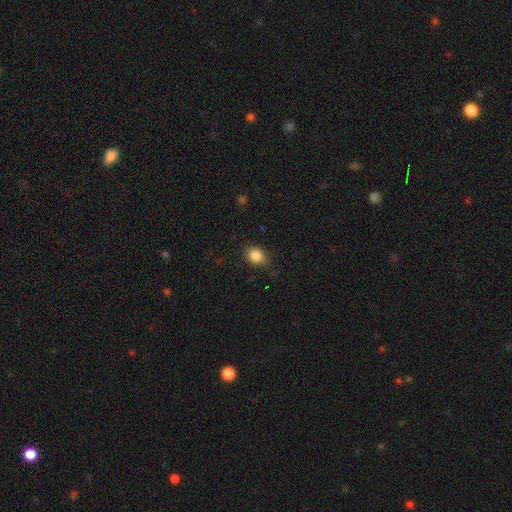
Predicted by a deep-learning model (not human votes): Smooth or featured? smooth (86%)
How rounded? in between (58%)
Merging? none (80%)